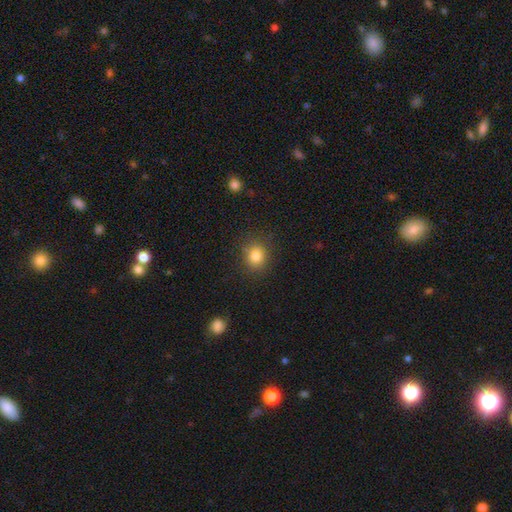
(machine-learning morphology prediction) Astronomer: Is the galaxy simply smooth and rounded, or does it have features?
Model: smooth — 83%.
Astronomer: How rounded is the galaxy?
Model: round — 78%.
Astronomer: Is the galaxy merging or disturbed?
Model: none — 87%.